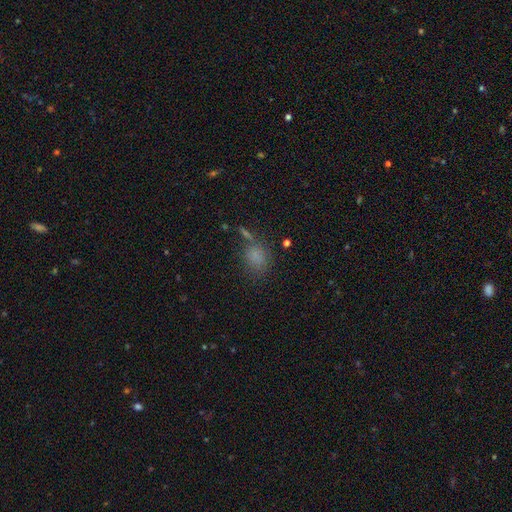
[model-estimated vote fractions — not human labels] Smooth or featured: smooth — 72% (star or artifact — 20%)
How rounded: in between — 52% (round — 45%)
Merging: none — 64% (minor disturbance — 16%)